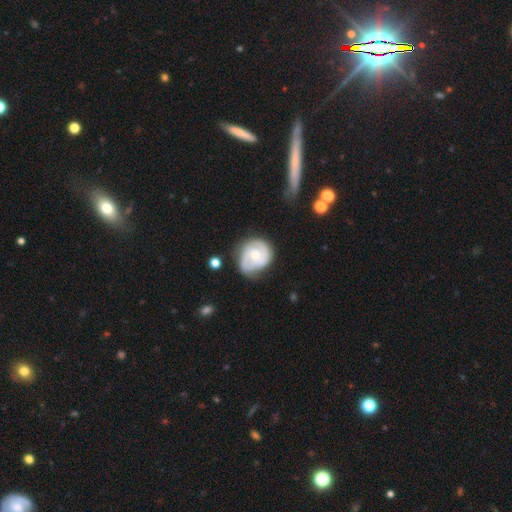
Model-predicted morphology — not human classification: smooth-or-featured: featured or disk: 73% | smooth: 22% | star or artifact: 5%
  disk-edge-on: no: 98% | yes: 2%
    bar: no: 59% | weak: 34% | strong: 6%
    has-spiral-arms: yes: 90% | no: 10%
      spiral-winding: tight: 47% | medium: 40% | loose: 12%
      spiral-arm-count: 2: 71% | can't tell: 14% | 3: 6% | 1: 5% | 4: 2% | more than 4: 1%
    bulge-size: moderate: 53% | small: 40% | large: 3% | none: 3% | dominant: 1%
  merging: none: 64% | minor disturbance: 25% | major disturbance: 8% | merger: 2%